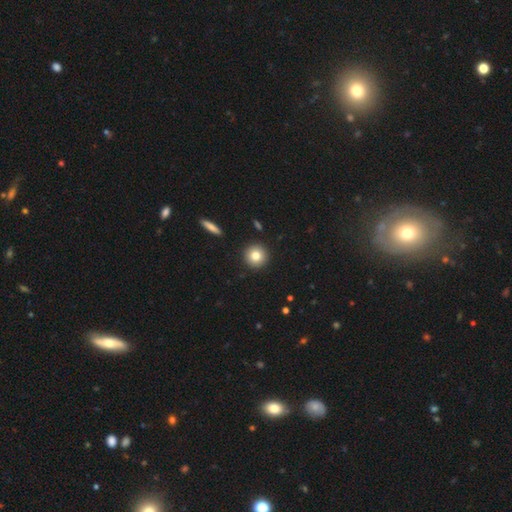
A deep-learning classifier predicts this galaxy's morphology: Smooth or featured? smooth (80%)
How rounded? round (95%)
Merging? none (92%)